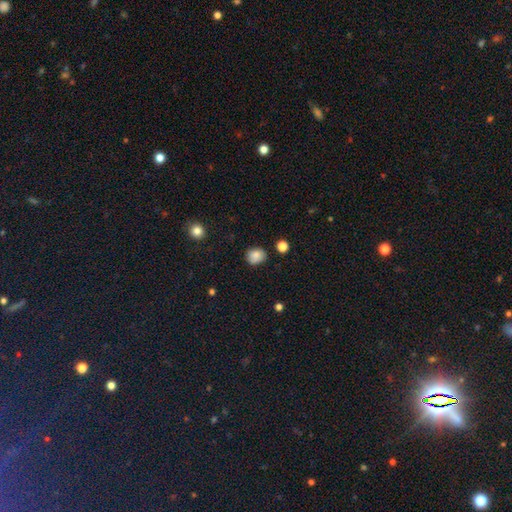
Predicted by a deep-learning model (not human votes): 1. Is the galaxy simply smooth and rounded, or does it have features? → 81% smooth, 10% star or artifact, 9% featured or disk.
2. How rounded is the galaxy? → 64% round, 36% in between, 1% cigar-shaped.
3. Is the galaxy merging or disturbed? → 73% none, 19% minor disturbance, 4% major disturbance, 4% merger.